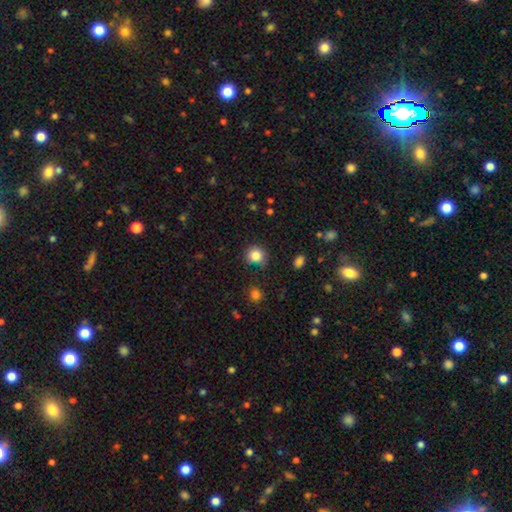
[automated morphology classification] smooth 84%, star or artifact 11%, featured or disk 5%. Down the decision tree: how rounded — round (87%); merging — none (83%).